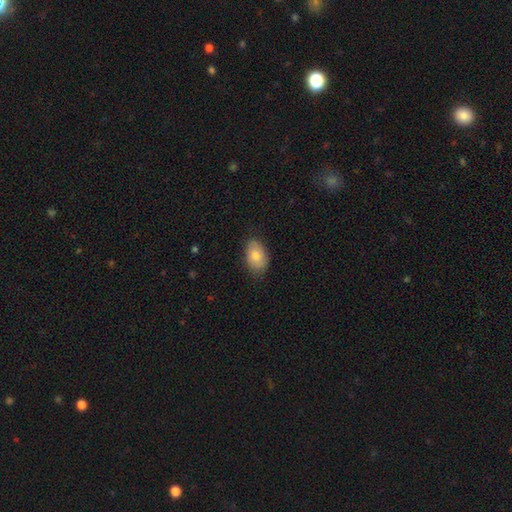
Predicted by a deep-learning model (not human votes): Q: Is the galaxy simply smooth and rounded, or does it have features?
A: smooth — 79%.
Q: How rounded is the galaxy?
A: in between — 87%.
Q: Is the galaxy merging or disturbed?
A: none — 80%.